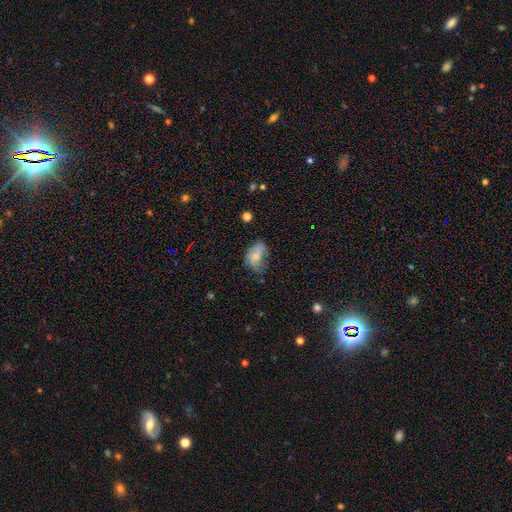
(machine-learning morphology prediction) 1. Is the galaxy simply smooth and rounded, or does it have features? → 63% smooth, 27% featured or disk, 10% star or artifact.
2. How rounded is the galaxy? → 83% in between, 15% round, 2% cigar-shaped.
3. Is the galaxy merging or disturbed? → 38% none, 34% minor disturbance, 25% major disturbance, 3% merger.